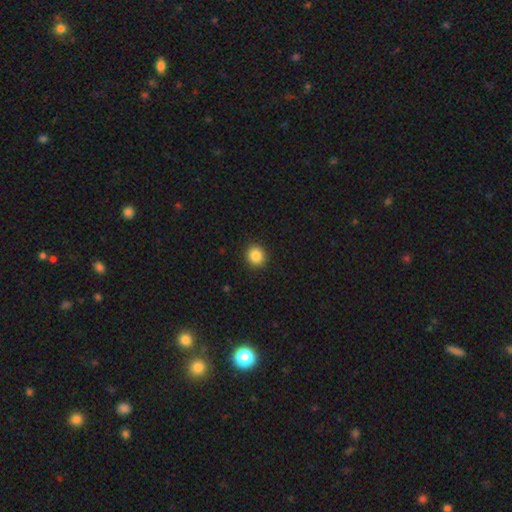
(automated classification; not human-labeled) The model was most divided on "how rounded": round: 87%, in between: 12%, cigar-shaped: 1%. More confident: merging — none (92%); smooth or featured — smooth (86%).